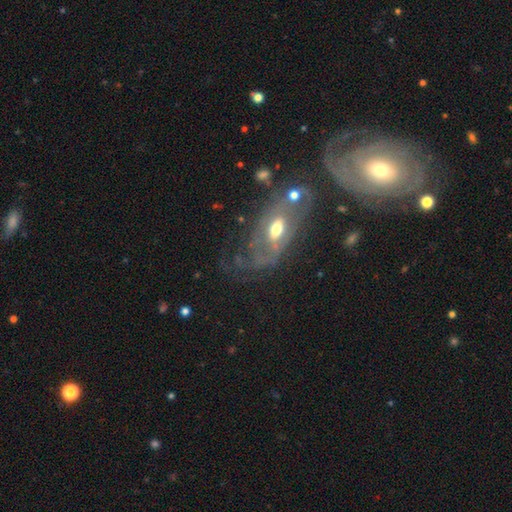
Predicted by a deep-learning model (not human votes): A featured or disk galaxy (71%) with no bar (62%), spiral arms (73%) and a moderate central bulge (64%).

Vote fractions:
- Smooth or featured? featured or disk: 71% / smooth: 18% / star or artifact: 11%
- Edge-on disk? no: 91% / yes: 9%
- Bar? no: 62% / weak: 28% / strong: 11%
- Spiral arms? yes: 73% / no: 27%
- Bulge size? moderate: 64% / small: 24% / large: 8% / none: 2% / dominant: 2%
- Merging? none: 38% / merger: 24% / major disturbance: 20% / minor disturbance: 19%